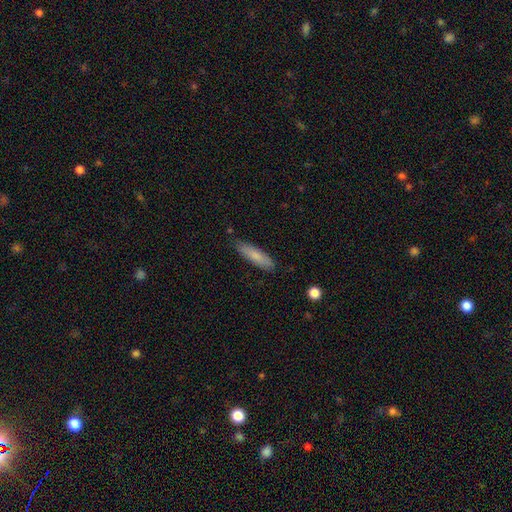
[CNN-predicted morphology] The model was most divided on "how rounded": cigar-shaped: 71%, in between: 27%, round: 2%. More confident: merging — none (83%); smooth or featured — smooth (79%).